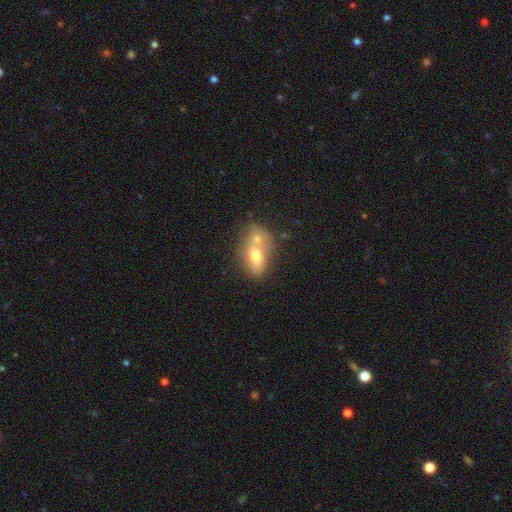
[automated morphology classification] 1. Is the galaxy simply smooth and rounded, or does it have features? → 66% smooth, 26% featured or disk, 8% star or artifact.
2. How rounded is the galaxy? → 80% in between, 15% round, 5% cigar-shaped.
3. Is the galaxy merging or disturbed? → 61% merger, 25% none, 10% minor disturbance, 5% major disturbance.